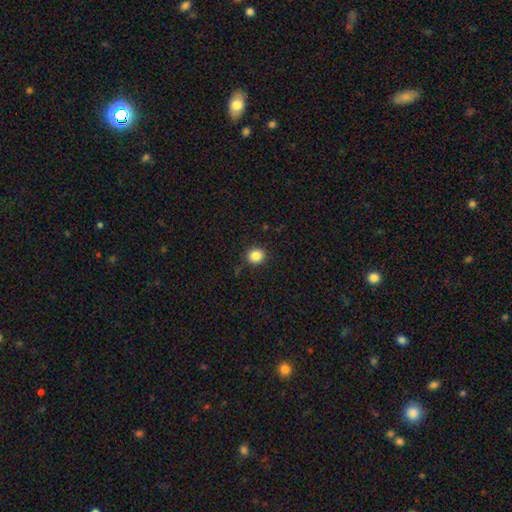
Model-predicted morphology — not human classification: smooth-or-featured: smooth: 86% | star or artifact: 10% | featured or disk: 4%
  how-rounded: round: 88% | in between: 12% | cigar-shaped: 1%
  merging: none: 90% | minor disturbance: 7% | major disturbance: 2% | merger: 1%